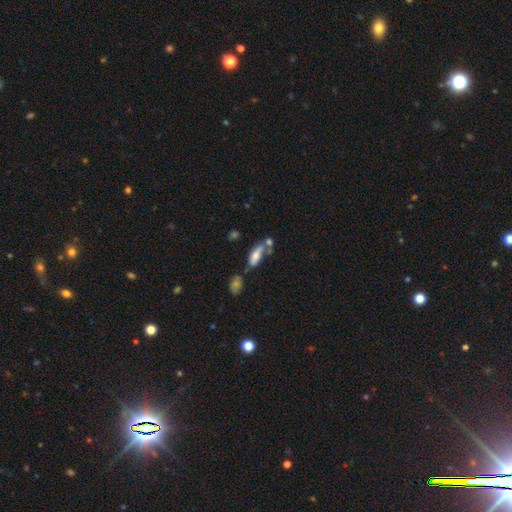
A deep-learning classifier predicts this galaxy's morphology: smooth-or-featured: smooth: 69% | featured or disk: 22% | star or artifact: 9%
  how-rounded: in between: 70% | cigar-shaped: 27% | round: 3%
  merging: none: 40% | merger: 32% | minor disturbance: 18% | major disturbance: 10%